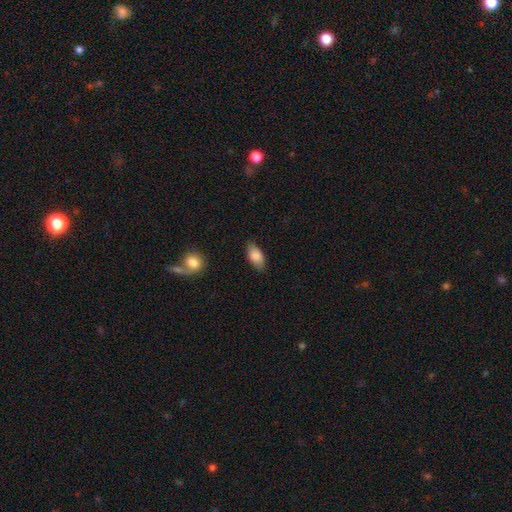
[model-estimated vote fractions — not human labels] Smooth or featured? smooth (84%)
How rounded? in between (91%)
Merging? none (81%)